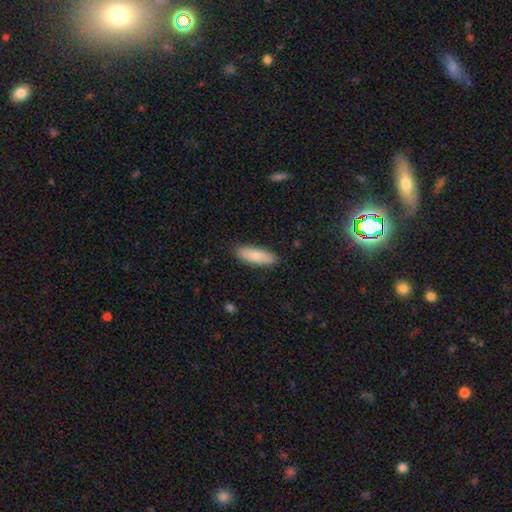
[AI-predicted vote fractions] Q: Smooth or featured?
A: smooth (78%); runner-up: featured or disk (16%)
Q: How rounded?
A: in between (61%); runner-up: cigar-shaped (36%)
Q: Merging?
A: none (87%); runner-up: minor disturbance (10%)